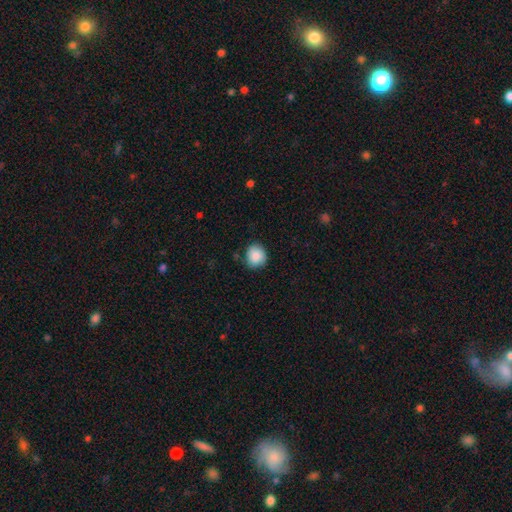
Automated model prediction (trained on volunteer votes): Smooth or featured? smooth (88%)
How rounded? round (77%)
Merging? none (79%)